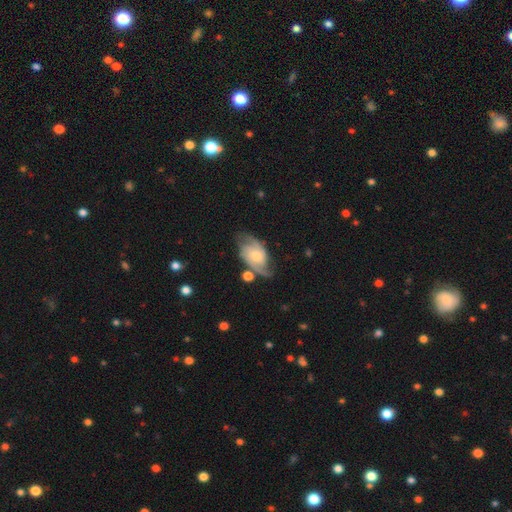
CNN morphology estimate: Overall: featured or disk (81%). Edge-on disk: no (96%). Bar: no (65%; weak 30%). Spiral arms: yes (95%). Spiral arm count: 2 (79%). Spiral winding: medium (48%; tight 28%). Bulge size: moderate (49%; small 39%). Merging: none (63%).